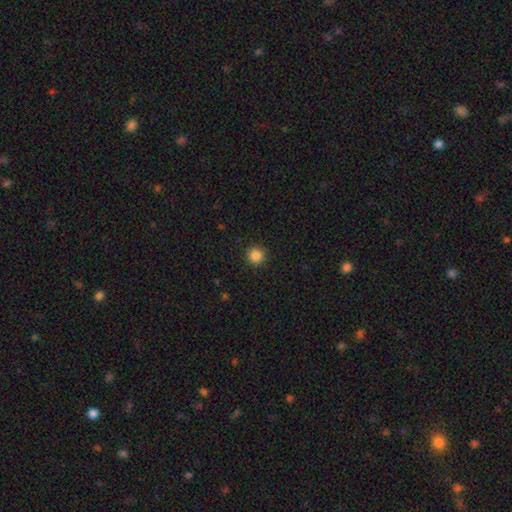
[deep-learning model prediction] Smooth or featured? Predicted: smooth (p=0.86). How rounded? Predicted: round (p=0.95). Merging? Predicted: none (p=0.92).